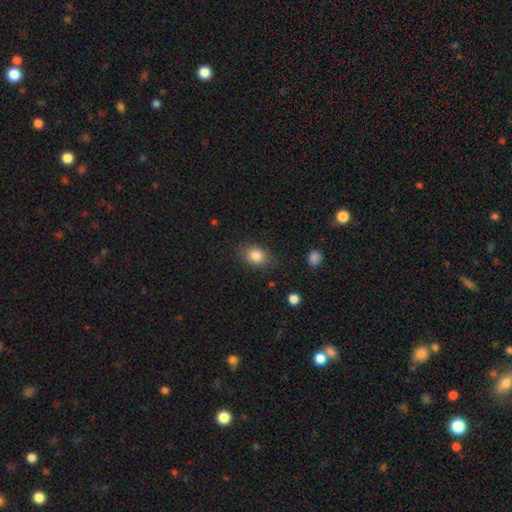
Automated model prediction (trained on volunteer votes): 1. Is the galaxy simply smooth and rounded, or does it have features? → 84% smooth, 9% star or artifact, 7% featured or disk.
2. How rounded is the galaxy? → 69% in between, 29% round, 1% cigar-shaped.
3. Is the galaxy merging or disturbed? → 78% none, 16% minor disturbance, 4% major disturbance, 2% merger.